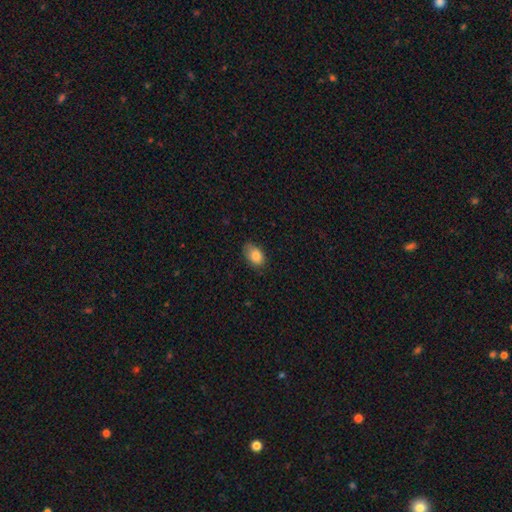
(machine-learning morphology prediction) This is clearly a smooth galaxy (85%). How rounded: clearly in between (86%). Merging: likely none (70%).